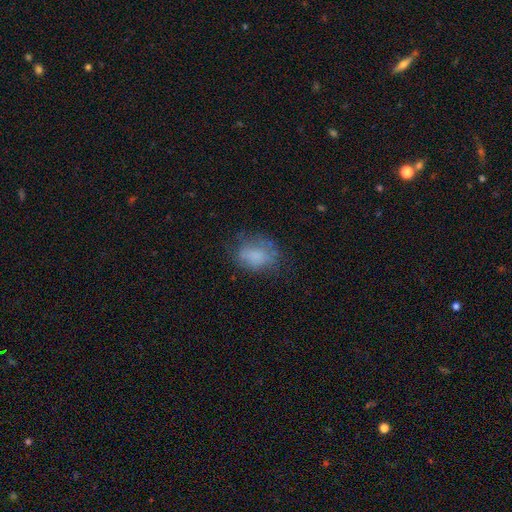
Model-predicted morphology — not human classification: smooth-or-featured: smooth: 70% | featured or disk: 19% | star or artifact: 11%
  how-rounded: in between: 69% | round: 30% | cigar-shaped: 1%
  merging: none: 58% | minor disturbance: 25% | major disturbance: 15% | merger: 2%